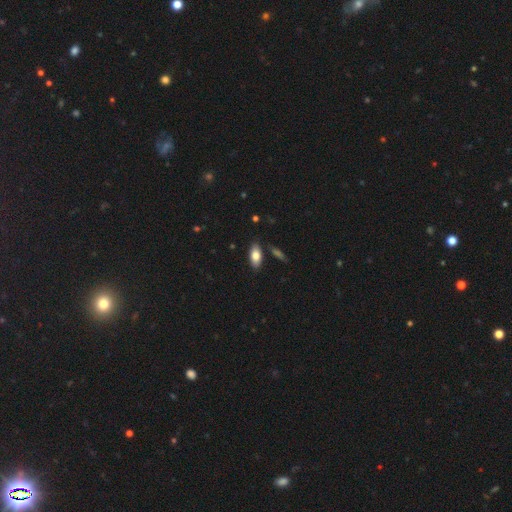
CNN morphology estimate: Smooth or featured: smooth — 79% (featured or disk — 14%)
How rounded: in between — 90% (cigar-shaped — 7%)
Merging: none — 83% (minor disturbance — 11%)